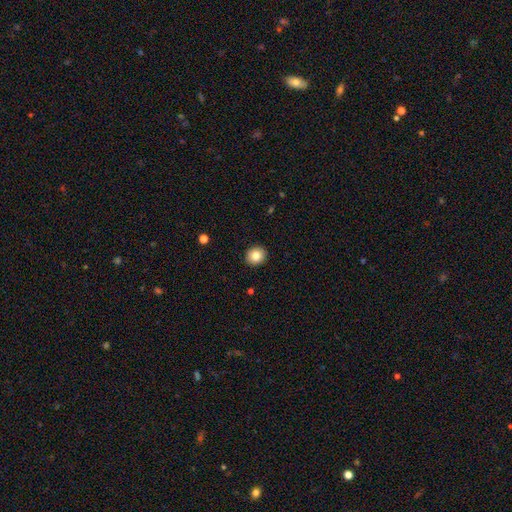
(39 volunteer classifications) smooth-or-featured: smooth: 87% | featured or disk: 10% | star or artifact: 3%
  how-rounded: round: 91% | in between: 9% | cigar-shaped: 0%
  merging: none: 95% | major disturbance: 3% | merger: 3% | minor disturbance: 0%